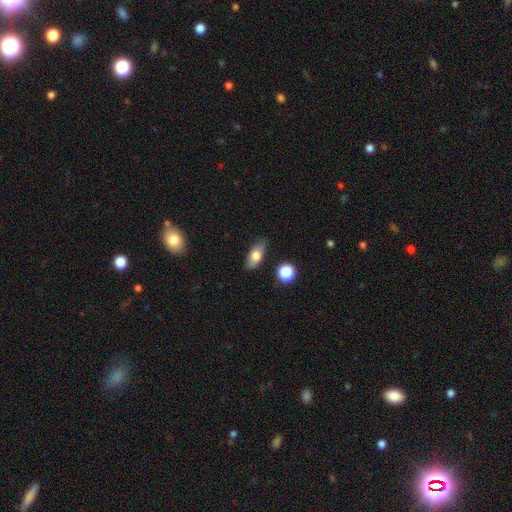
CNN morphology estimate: smooth-or-featured: smooth: 73% | featured or disk: 19% | star or artifact: 8%
  how-rounded: in between: 82% | cigar-shaped: 12% | round: 6%
  merging: none: 81% | minor disturbance: 14% | major disturbance: 3% | merger: 2%